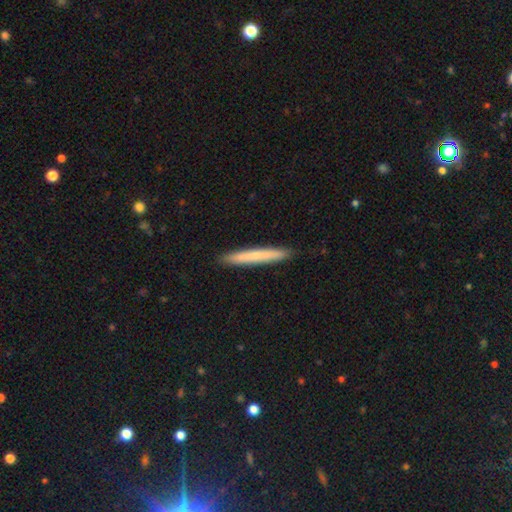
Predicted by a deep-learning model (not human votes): This appears to be a smooth galaxy with no disk features (70%) that is cigar-shaped (97%). Merging: none (92%).